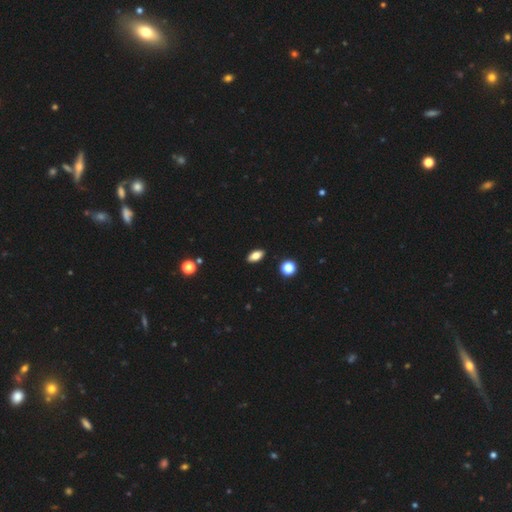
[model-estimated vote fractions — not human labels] smooth_or_featured: smooth (p=0.80) [alt: featured or disk p=0.11]
how_rounded: in between (p=0.88) [alt: cigar-shaped p=0.08]
merging: none (p=0.90) [alt: minor disturbance p=0.07]